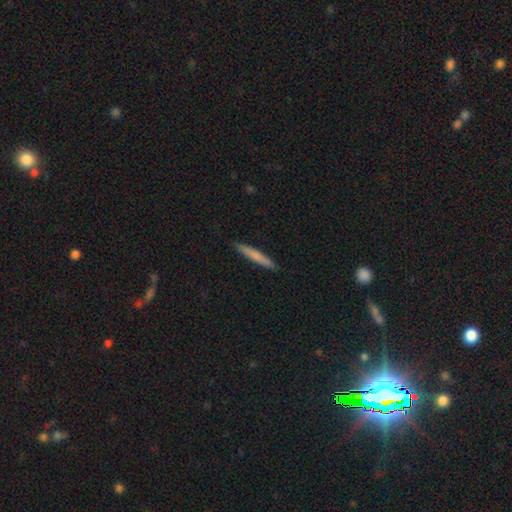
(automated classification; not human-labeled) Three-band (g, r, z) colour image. It shows a smooth galaxy with no disk features (71%) that is cigar-shaped (96%). Merging: none (92%).